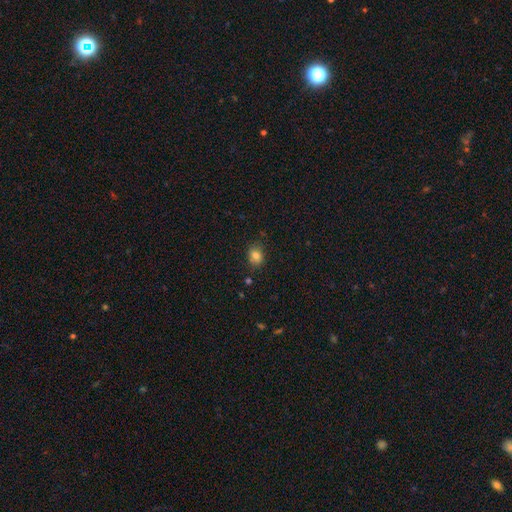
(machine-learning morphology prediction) A smooth galaxy with no disk features (82%) that is in between round and cigar-shaped (55%). Merging: none (80%).